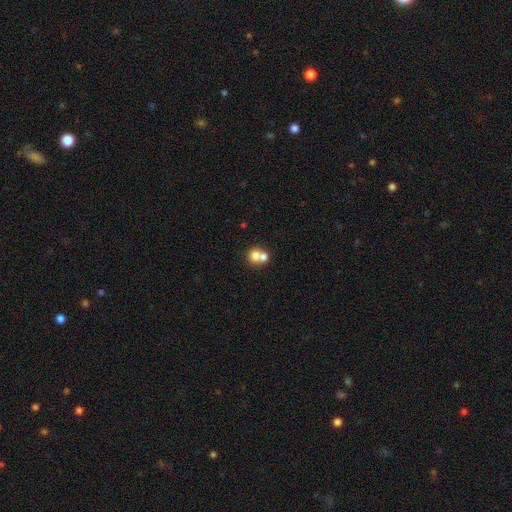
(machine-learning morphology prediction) smooth-or-featured: smooth: 73% | featured or disk: 17% | star or artifact: 11%
  how-rounded: round: 83% | in between: 16% | cigar-shaped: 1%
  merging: merger: 60% | none: 32% | minor disturbance: 5% | major disturbance: 3%